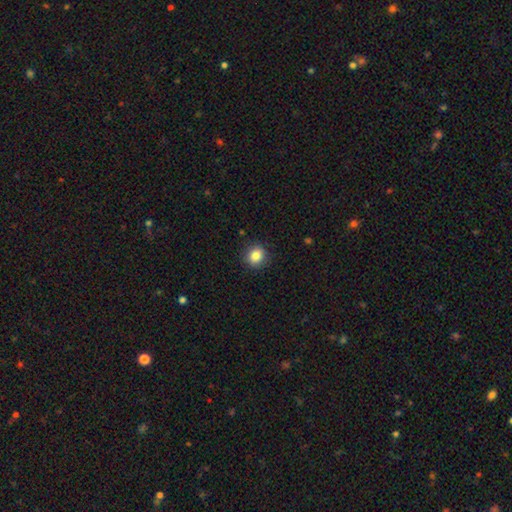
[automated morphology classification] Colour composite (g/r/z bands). It shows a smooth galaxy with no disk features (85%) that is round (80%). Merging: none (90%).